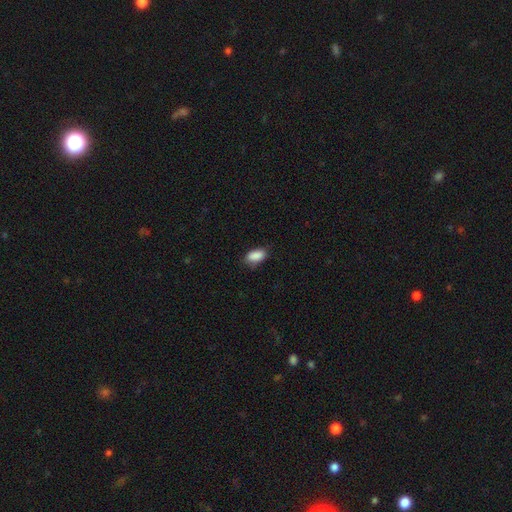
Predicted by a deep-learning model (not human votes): Smooth or featured: smooth — 89% (star or artifact — 7%)
How rounded: in between — 91% (cigar-shaped — 5%)
Merging: none — 76% (minor disturbance — 19%)